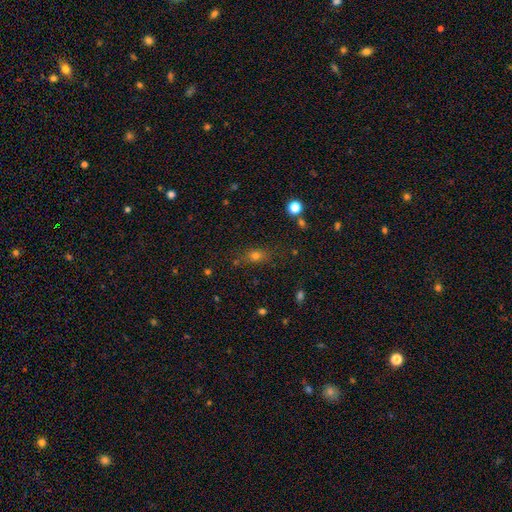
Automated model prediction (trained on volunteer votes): Q: Smooth or featured?
A: smooth (66%); runner-up: star or artifact (21%)
Q: How rounded?
A: in between (56%); runner-up: round (31%)
Q: Merging?
A: none (75%); runner-up: minor disturbance (15%)